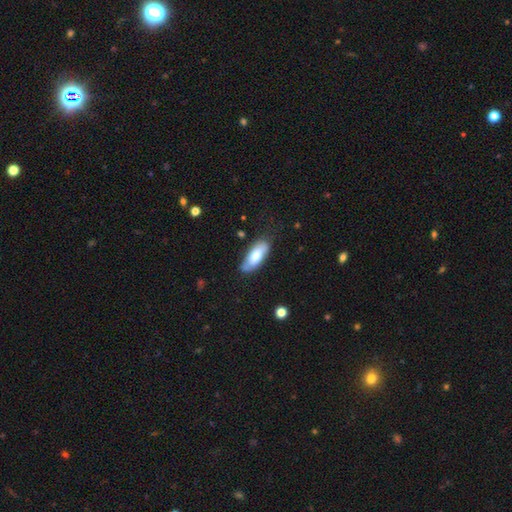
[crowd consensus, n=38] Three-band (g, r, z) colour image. It shows a smooth galaxy with no disk features (76%) that is in between round and cigar-shaped (86%). Merging: none (58%).